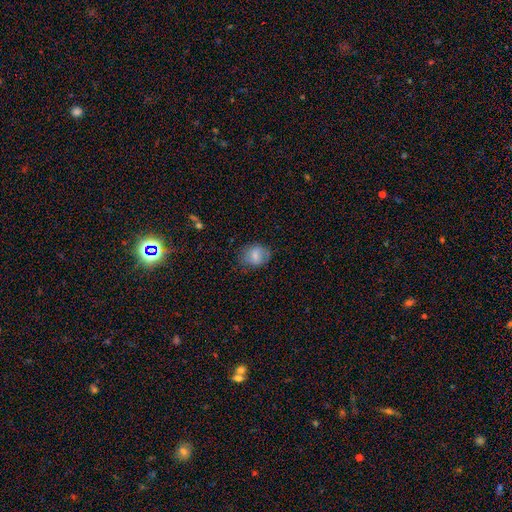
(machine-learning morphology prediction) Overall: smooth (76%). How rounded: round (50%; in between 49%). Merging: none (68%).